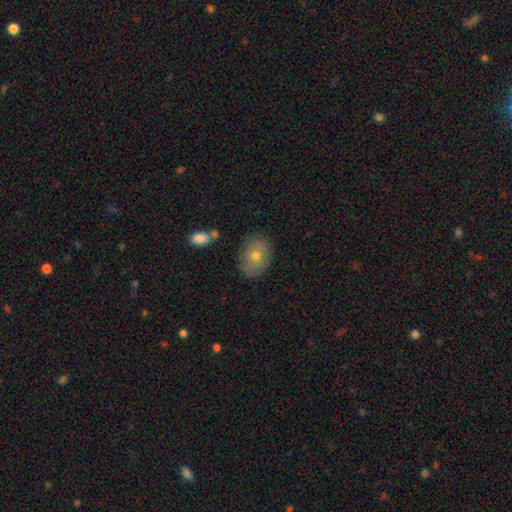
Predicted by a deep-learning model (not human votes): Smooth or featured?
  - smooth: 70% *
  - featured or disk: 21%
  - star or artifact: 9%
How rounded?
  - in between: 69% *
  - round: 30%
  - cigar-shaped: 1%
Merging?
  - none: 83% *
  - minor disturbance: 12%
  - major disturbance: 3%
  - merger: 2%